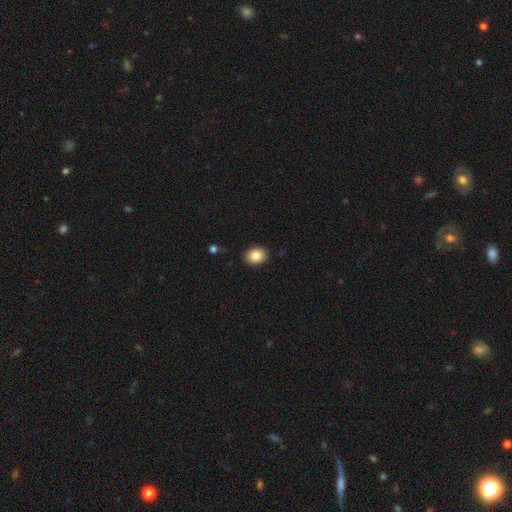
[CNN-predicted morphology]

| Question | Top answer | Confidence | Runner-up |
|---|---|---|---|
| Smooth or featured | smooth | 85% | star or artifact (8%) |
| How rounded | in between | 58% | round (41%) |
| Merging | none | 89% | minor disturbance (8%) |